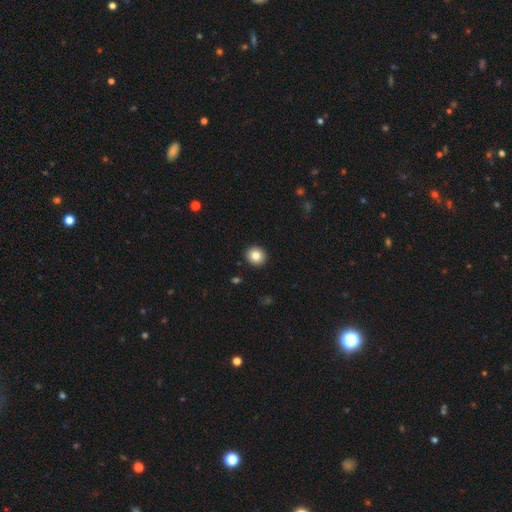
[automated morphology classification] A smooth galaxy with no disk features (84%) that is round (89%). Merging: none (93%).